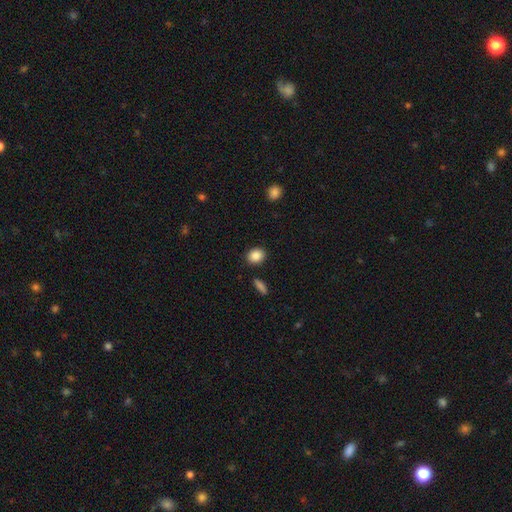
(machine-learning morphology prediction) Smooth or featured? smooth (88%)
How rounded? round (57%)
Merging? none (88%)